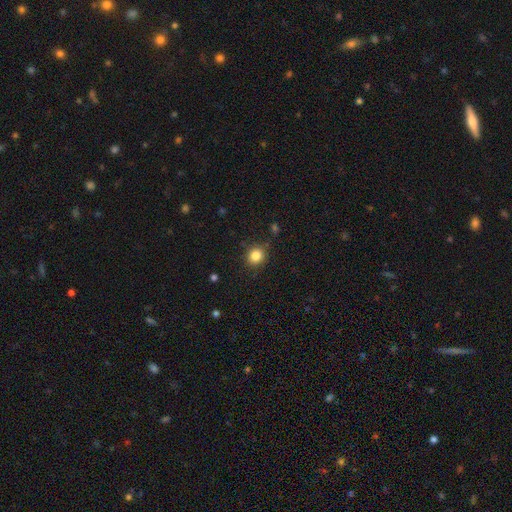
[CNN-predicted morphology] Smooth or featured? Predicted: smooth (p=0.84). How rounded? Predicted: round (p=0.81). Merging? Predicted: none (p=0.85).